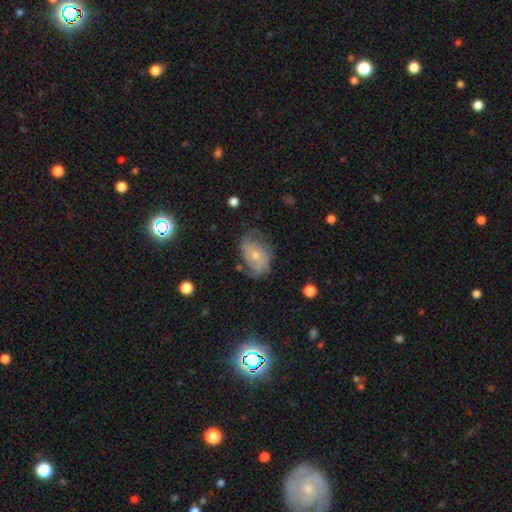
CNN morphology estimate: Smooth or featured? featured or disk (53%)
Edge-on disk? no (95%)
Bar? no (78%)
Spiral arms? yes (71%)
Bulge size? moderate (56%)
Merging? none (52%)